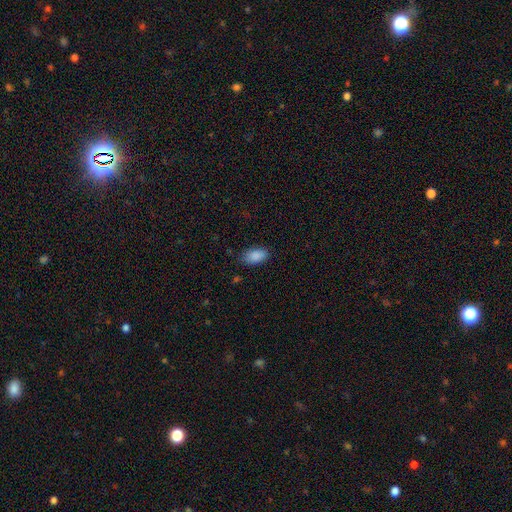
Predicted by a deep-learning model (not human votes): smooth-or-featured: smooth: 89% | star or artifact: 7% | featured or disk: 4%
  how-rounded: in between: 93% | round: 4% | cigar-shaped: 3%
  merging: none: 81% | minor disturbance: 15% | major disturbance: 3% | merger: 1%